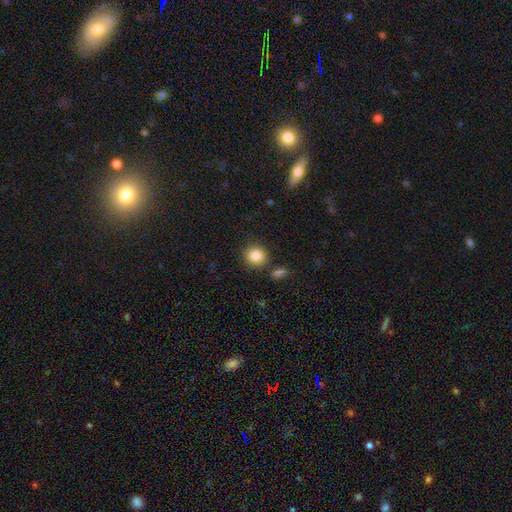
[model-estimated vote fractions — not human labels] smooth-or-featured: smooth: 85% | star or artifact: 10% | featured or disk: 6%
  how-rounded: round: 89% | in between: 10% | cigar-shaped: 1%
  merging: none: 85% | minor disturbance: 7% | merger: 5% | major disturbance: 2%